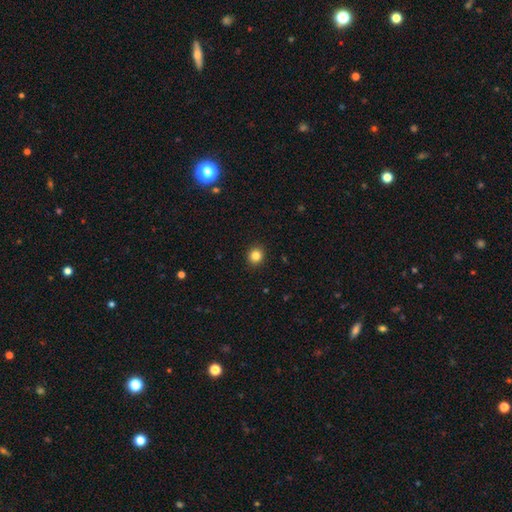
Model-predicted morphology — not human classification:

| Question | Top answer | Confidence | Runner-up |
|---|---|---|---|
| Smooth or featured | smooth | 84% | star or artifact (11%) |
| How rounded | round | 83% | in between (16%) |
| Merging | none | 92% | minor disturbance (5%) |